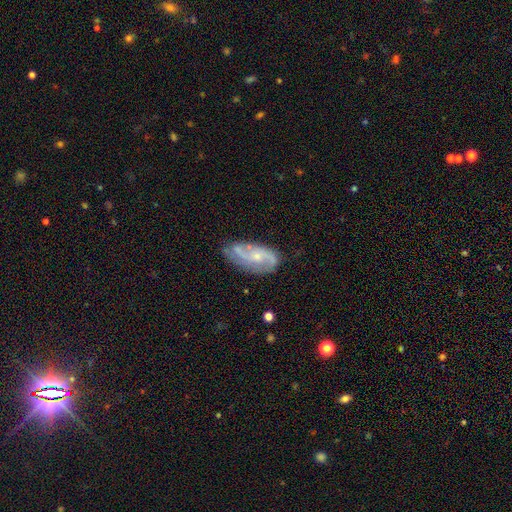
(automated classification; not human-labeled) smooth-or-featured: featured or disk: 78% | smooth: 16% | star or artifact: 6%
  disk-edge-on: no: 95% | yes: 5%
    bar: no: 62% | weak: 31% | strong: 7%
    has-spiral-arms: yes: 92% | no: 8%
      spiral-winding: medium: 44% | loose: 36% | tight: 20%
      spiral-arm-count: 2: 73% | can't tell: 12% | 3: 9% | 1: 3% | 4: 2% | more than 4: 2%
    bulge-size: small: 64% | moderate: 30% | none: 4% | large: 1% | dominant: 1%
  merging: none: 65% | minor disturbance: 24% | major disturbance: 8% | merger: 3%